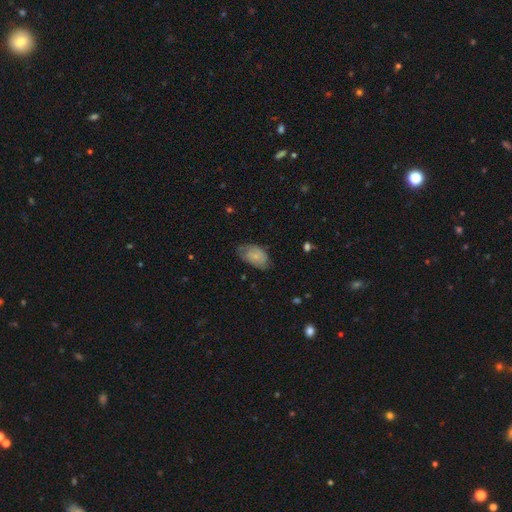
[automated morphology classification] A smooth galaxy with no disk features (61%) that is in between round and cigar-shaped (91%).

Vote fractions:
- Smooth or featured? smooth: 61% / featured or disk: 32% / star or artifact: 7%
- How rounded? in between: 91% / round: 7% / cigar-shaped: 2%
- Merging? none: 60% / minor disturbance: 30% / major disturbance: 9% / merger: 1%